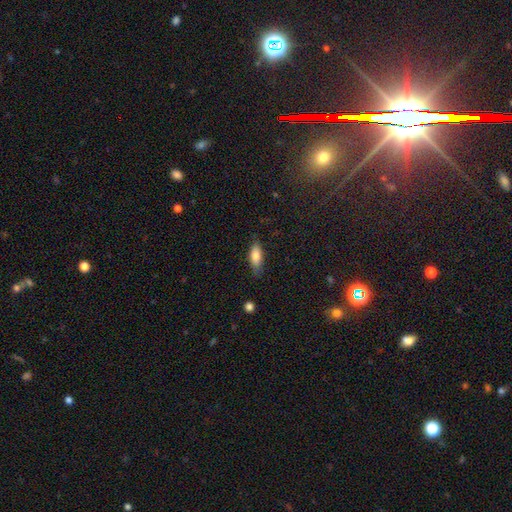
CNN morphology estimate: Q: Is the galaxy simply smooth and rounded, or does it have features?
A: smooth — 77%.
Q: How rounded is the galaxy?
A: in between — 73%.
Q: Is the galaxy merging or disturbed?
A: none — 78%.